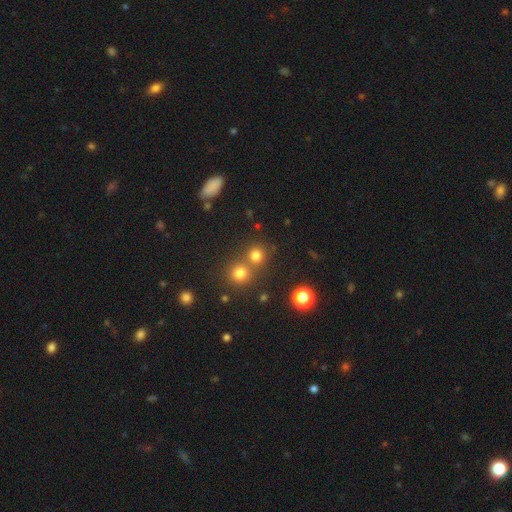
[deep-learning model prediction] Smooth or featured: smooth — 76% (star or artifact — 17%)
How rounded: round — 89% (in between — 10%)
Merging: none — 63% (merger — 29%)